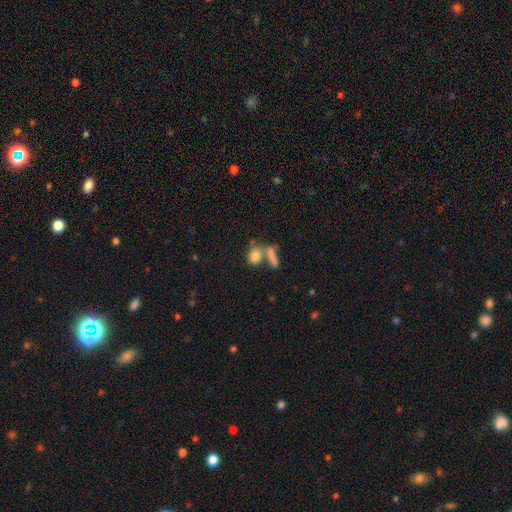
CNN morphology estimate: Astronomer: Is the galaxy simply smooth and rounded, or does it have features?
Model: smooth — 79%.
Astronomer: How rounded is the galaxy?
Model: in between — 56% (runner-up: round, 37%).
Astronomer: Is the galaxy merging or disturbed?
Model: none — 45% (runner-up: merger, 40%).